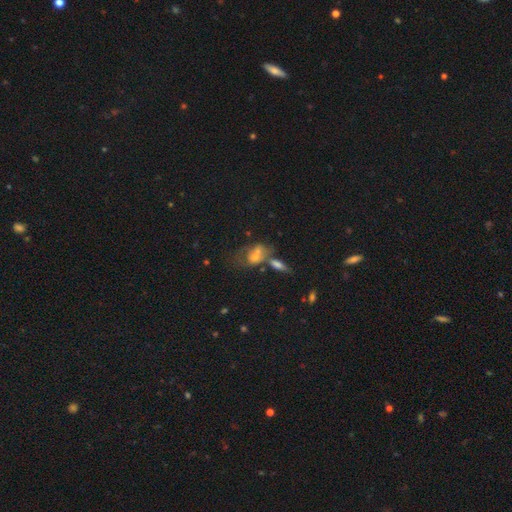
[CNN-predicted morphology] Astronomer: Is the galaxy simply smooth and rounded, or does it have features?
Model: smooth — 44% (runner-up: featured or disk, 36%).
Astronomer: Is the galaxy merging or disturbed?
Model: merger — 38% (runner-up: none, 32%).